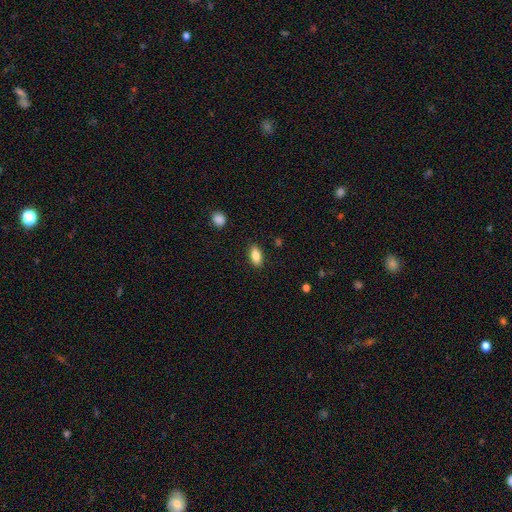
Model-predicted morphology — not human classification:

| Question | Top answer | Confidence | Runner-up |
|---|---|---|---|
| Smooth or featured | smooth | 84% | star or artifact (8%) |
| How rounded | in between | 88% | cigar-shaped (8%) |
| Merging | none | 87% | minor disturbance (9%) |